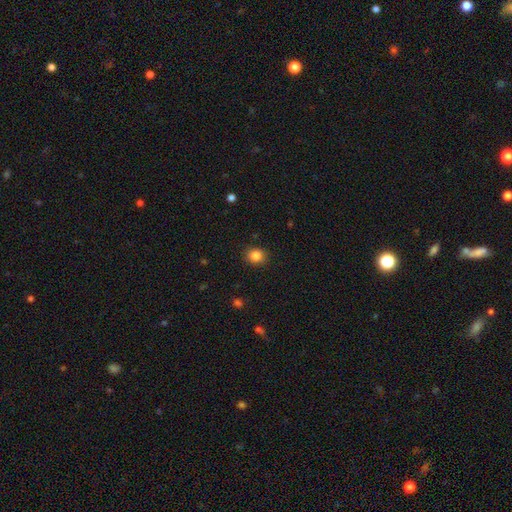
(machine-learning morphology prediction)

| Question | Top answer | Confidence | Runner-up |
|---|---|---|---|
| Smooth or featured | smooth | 85% | star or artifact (11%) |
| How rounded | round | 75% | in between (24%) |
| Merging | none | 89% | minor disturbance (8%) |